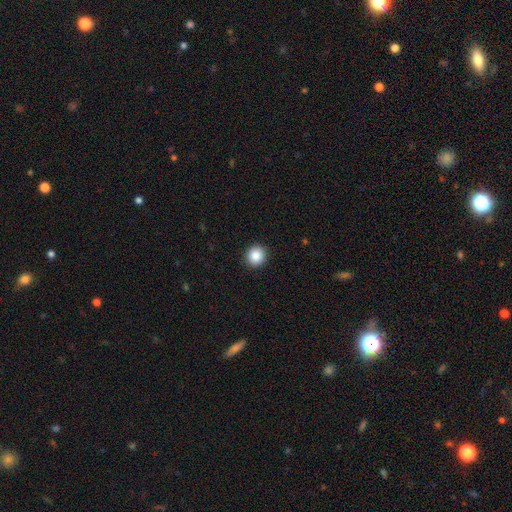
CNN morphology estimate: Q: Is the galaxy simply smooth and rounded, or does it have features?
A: smooth — 87%.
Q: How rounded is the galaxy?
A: round — 90%.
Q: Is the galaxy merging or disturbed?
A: none — 92%.